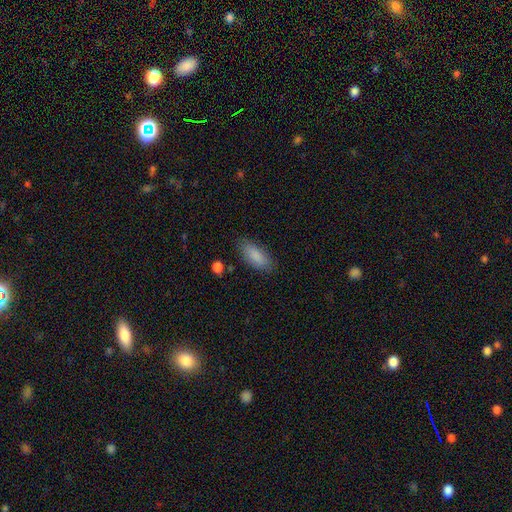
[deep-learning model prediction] A smooth galaxy with no disk features (86%) that is in between round and cigar-shaped (80%). Merging: none (80%).